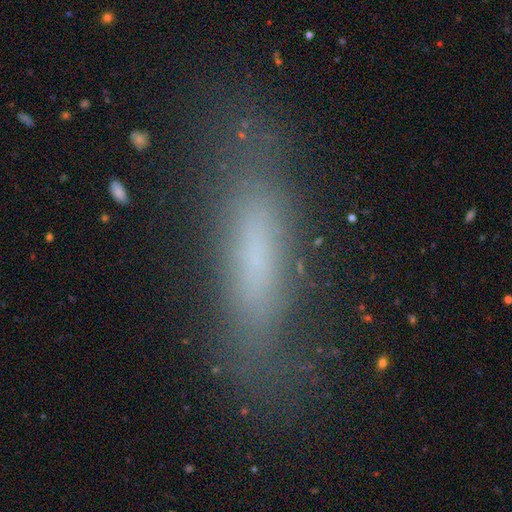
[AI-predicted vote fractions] A smooth galaxy with no disk features (60%) that is cigar-shaped (69%).

Vote fractions:
- Smooth or featured? smooth: 60% / featured or disk: 28% / star or artifact: 12%
- How rounded? cigar-shaped: 69% / in between: 29% / round: 2%
- Merging? none: 72% / minor disturbance: 18% / major disturbance: 8% / merger: 2%